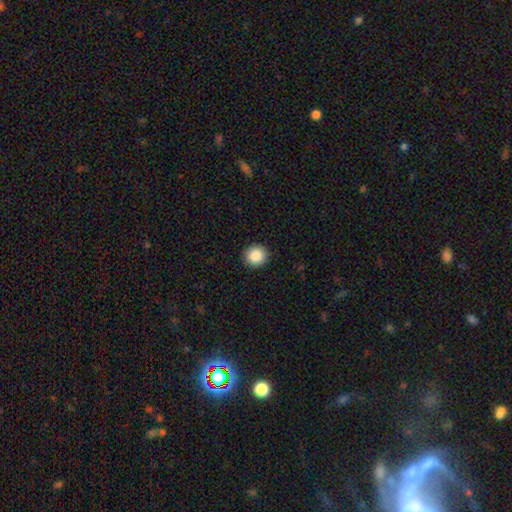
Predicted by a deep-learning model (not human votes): smooth-or-featured: smooth: 88% | star or artifact: 8% | featured or disk: 4%
  how-rounded: round: 90% | in between: 9% | cigar-shaped: 1%
  merging: none: 92% | minor disturbance: 5% | major disturbance: 2% | merger: 1%